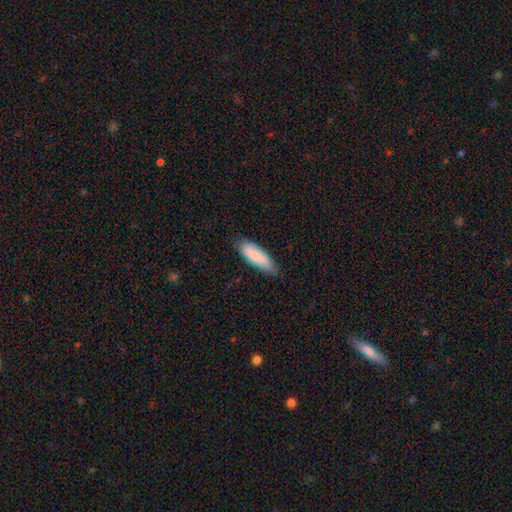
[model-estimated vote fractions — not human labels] Smooth or featured? smooth (85%)
How rounded? in between (52%)
Merging? none (80%)